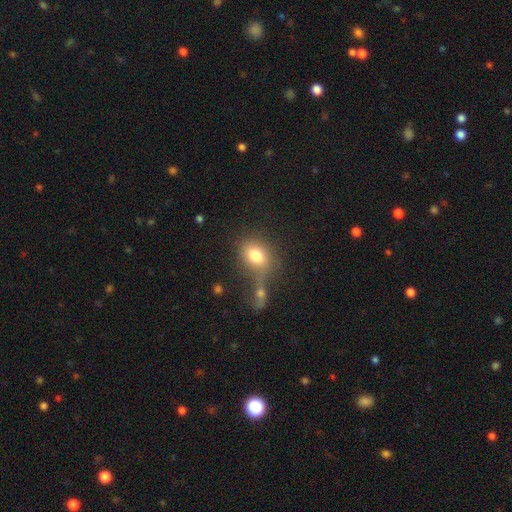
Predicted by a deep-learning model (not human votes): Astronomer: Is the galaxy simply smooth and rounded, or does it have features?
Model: smooth — 78%.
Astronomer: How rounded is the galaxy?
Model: in between — 59% (runner-up: round, 39%).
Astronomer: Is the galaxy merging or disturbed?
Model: none — 39% (runner-up: merger, 38%).